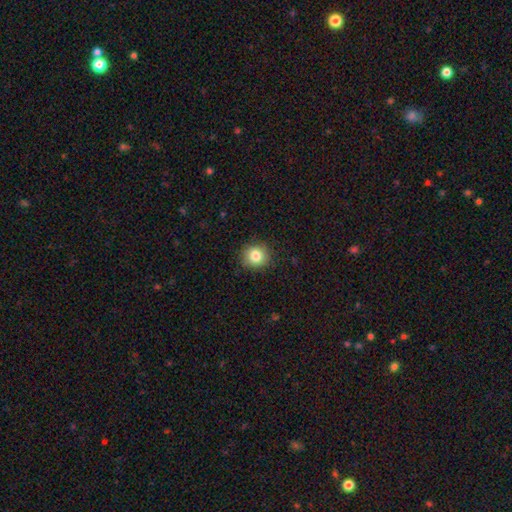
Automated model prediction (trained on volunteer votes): Q: Smooth or featured?
A: smooth (83%); runner-up: star or artifact (10%)
Q: How rounded?
A: round (86%); runner-up: in between (13%)
Q: Merging?
A: none (89%); runner-up: minor disturbance (8%)